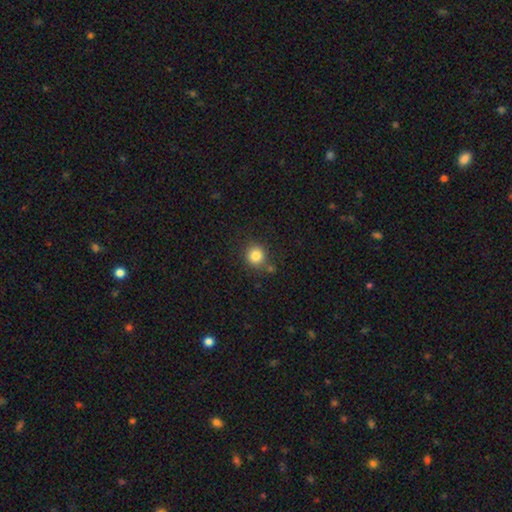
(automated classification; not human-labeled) smooth 83%, star or artifact 12%, featured or disk 6%. Down the decision tree: how rounded — round (91%); merging — none (79%).